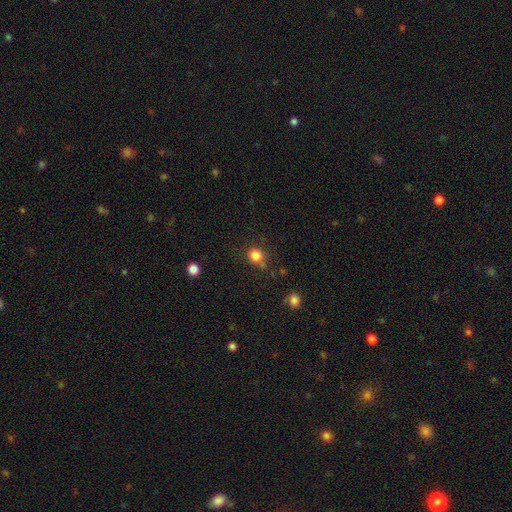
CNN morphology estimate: smooth-or-featured: smooth: 83% | star or artifact: 13% | featured or disk: 5%
  how-rounded: round: 79% | in between: 20% | cigar-shaped: 1%
  merging: none: 67% | minor disturbance: 20% | major disturbance: 7% | merger: 7%